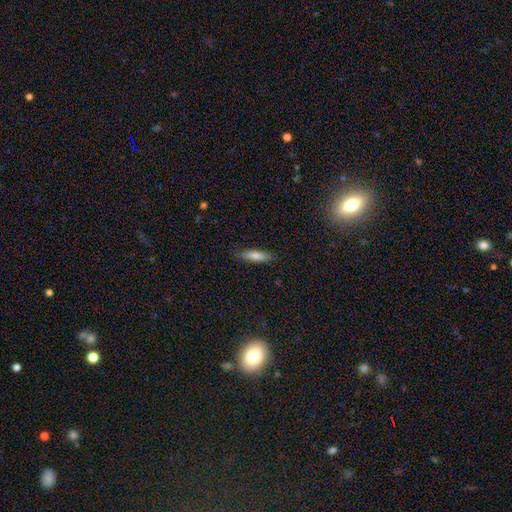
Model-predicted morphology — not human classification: Smooth or featured: smooth — 70% (featured or disk — 21%)
How rounded: cigar-shaped — 68% (in between — 30%)
Merging: none — 85% (minor disturbance — 11%)